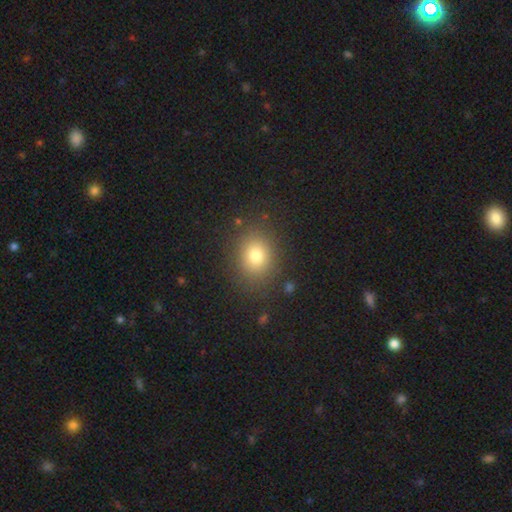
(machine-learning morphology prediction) smooth 78%, star or artifact 13%, featured or disk 9%. Down the decision tree: how rounded — round (58%); merging — none (85%).